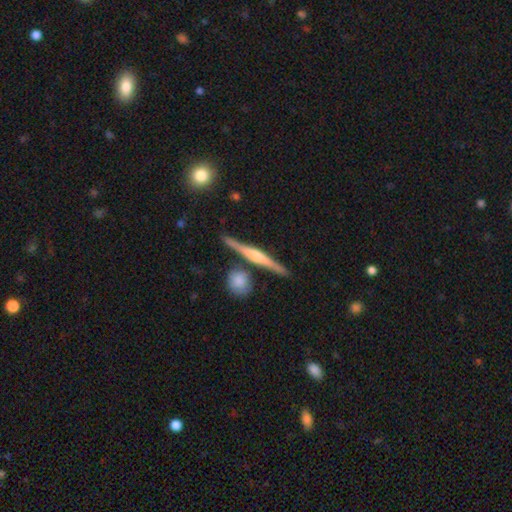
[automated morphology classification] Smooth or featured?
  - featured or disk: 74% *
  - smooth: 21%
  - star or artifact: 6%
Edge-on disk?
  - yes: 98% *
  - no: 2%
Edge-on bulge?
  - rounded: 70% *
  - boxy: 19%
  - none: 11%
Merging?
  - none: 84% *
  - minor disturbance: 8%
  - merger: 6%
  - major disturbance: 2%